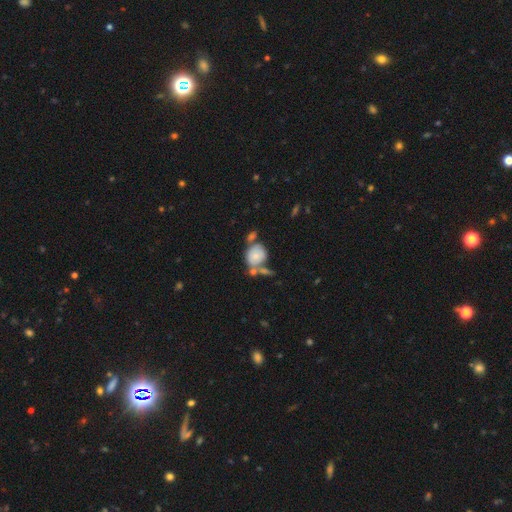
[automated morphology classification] Overall: smooth (71%). How rounded: round (68%; in between 31%). Merging: none (41%; merger 34%).